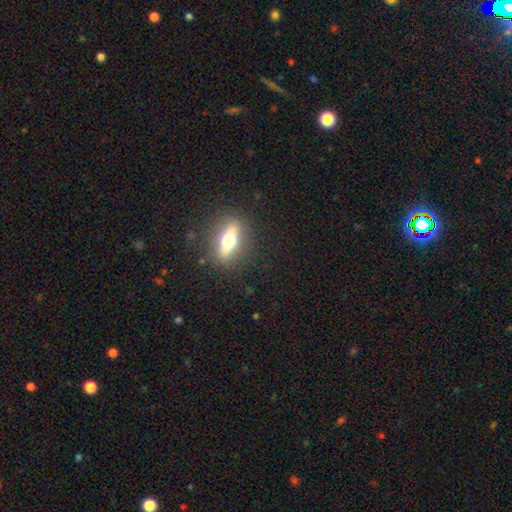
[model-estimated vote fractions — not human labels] smooth-or-featured: featured or disk: 47% | smooth: 39% | star or artifact: 14%
  merging: none: 88% | minor disturbance: 8% | major disturbance: 3% | merger: 1%